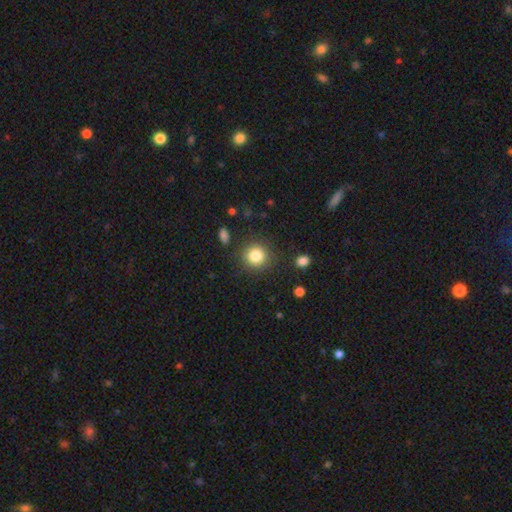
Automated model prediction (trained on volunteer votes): Morphology: type=smooth (83%); roundness=round (91%); merging=none (86%).